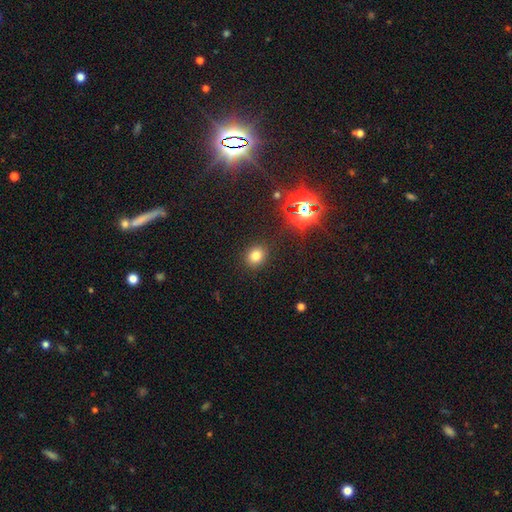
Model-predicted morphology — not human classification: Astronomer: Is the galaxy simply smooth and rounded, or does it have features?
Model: smooth — 76%.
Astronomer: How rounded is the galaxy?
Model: round — 73%.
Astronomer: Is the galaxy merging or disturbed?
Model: none — 89%.